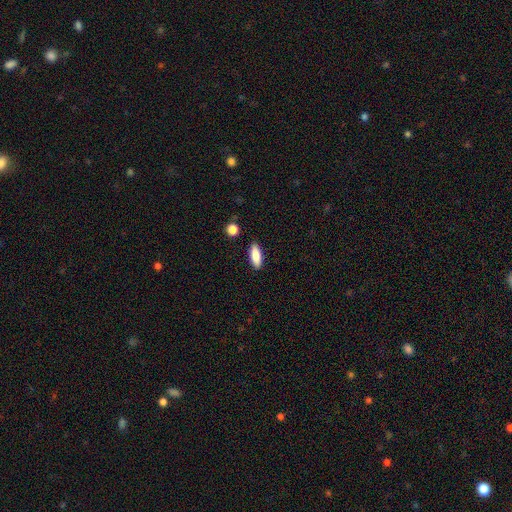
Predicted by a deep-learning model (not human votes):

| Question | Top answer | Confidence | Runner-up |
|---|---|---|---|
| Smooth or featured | smooth | 84% | featured or disk (10%) |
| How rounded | in between | 70% | cigar-shaped (28%) |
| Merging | none | 87% | minor disturbance (9%) |